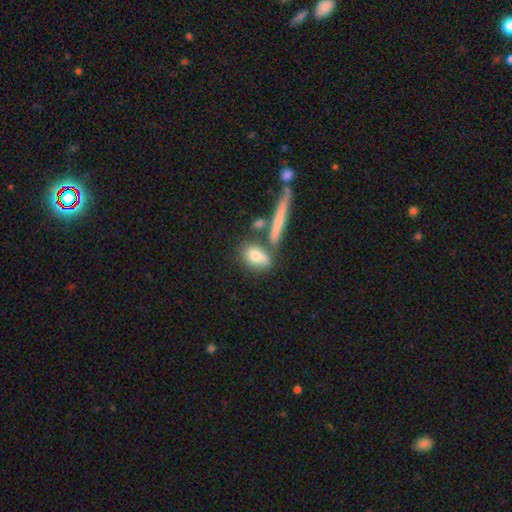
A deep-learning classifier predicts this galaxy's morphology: This appears to be a smooth galaxy with no disk features (73%) that is in between round and cigar-shaped (53%). Merging: none (56%).